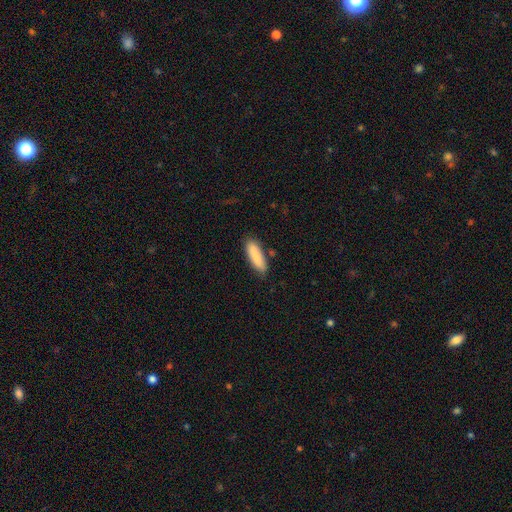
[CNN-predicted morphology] smooth_or_featured: smooth (p=0.87) [alt: featured or disk p=0.07]
how_rounded: cigar-shaped (p=0.54) [alt: in between p=0.44]
merging: none (p=0.82) [alt: minor disturbance p=0.12]